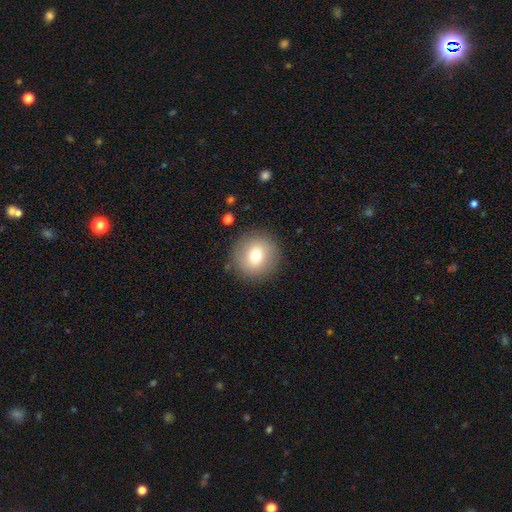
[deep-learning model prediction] smooth_or_featured: smooth (p=0.75) [alt: featured or disk p=0.15]
how_rounded: round (p=0.94) [alt: in between p=0.05]
merging: none (p=0.89) [alt: minor disturbance p=0.07]